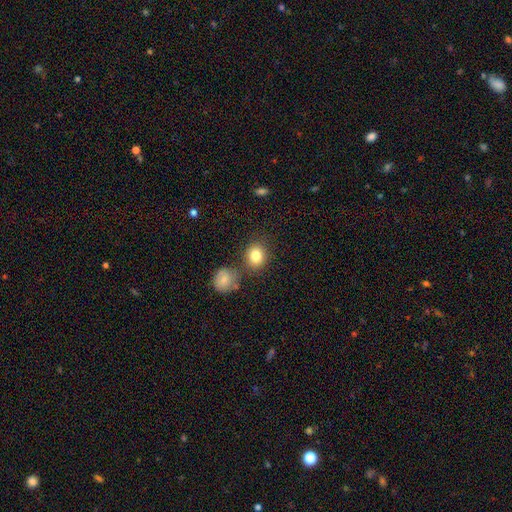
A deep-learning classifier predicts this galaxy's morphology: Smooth or featured?
  - smooth: 83% *
  - star or artifact: 10%
  - featured or disk: 7%
How rounded?
  - round: 69% *
  - in between: 30%
  - cigar-shaped: 1%
Merging?
  - none: 71% *
  - merger: 13%
  - minor disturbance: 12%
  - major disturbance: 4%